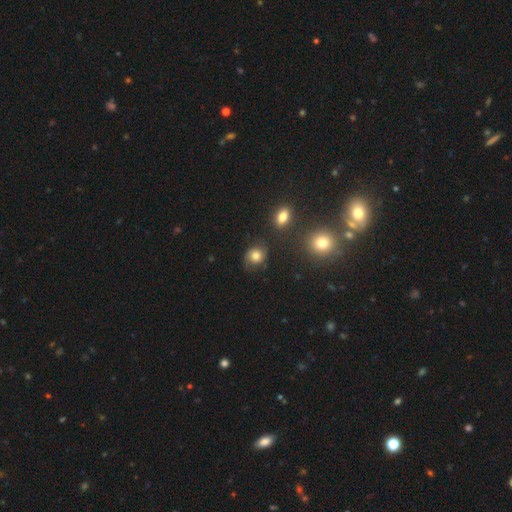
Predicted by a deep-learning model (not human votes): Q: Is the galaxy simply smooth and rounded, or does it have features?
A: smooth — 71%.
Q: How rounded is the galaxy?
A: round — 71%.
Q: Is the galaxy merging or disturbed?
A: none — 72%.